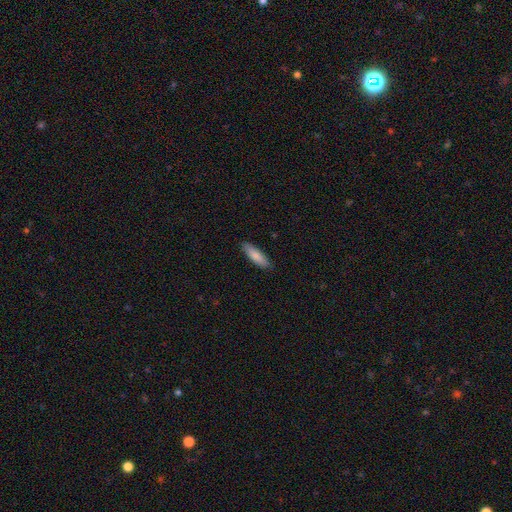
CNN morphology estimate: A smooth galaxy with no disk features (84%) that is cigar-shaped (54%). Merging: none (88%).